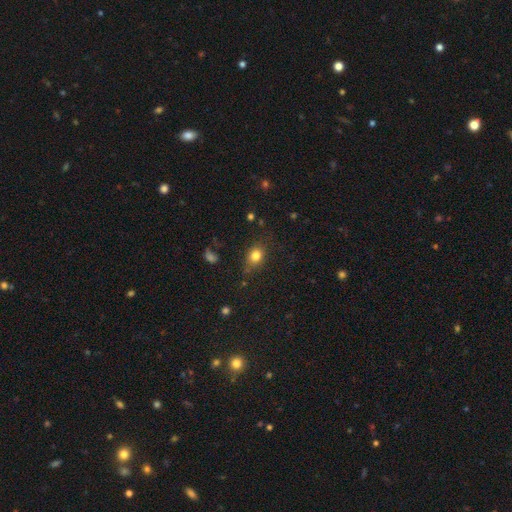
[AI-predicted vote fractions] smooth 80%, star or artifact 12%, featured or disk 8%. Down the decision tree: how rounded — in between (50%); merging — none (76%).